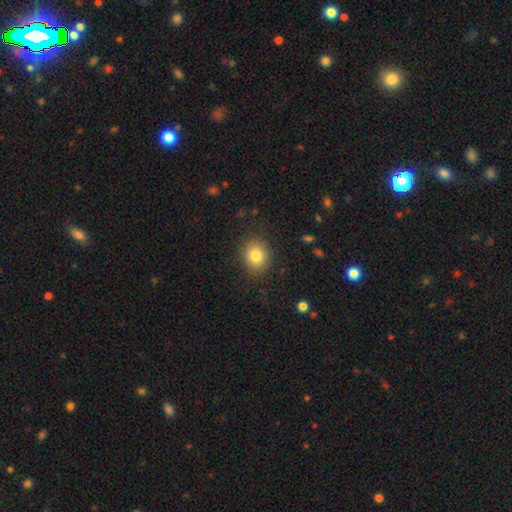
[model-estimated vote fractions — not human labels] smooth_or_featured: smooth (p=0.81) [alt: star or artifact p=0.11]
how_rounded: round (p=0.66) [alt: in between p=0.34]
merging: none (p=0.87) [alt: minor disturbance p=0.09]